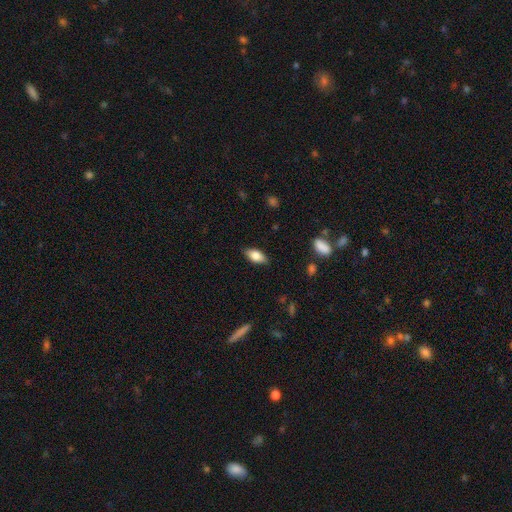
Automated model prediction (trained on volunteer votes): Q: Smooth or featured?
A: smooth (78%); runner-up: featured or disk (15%)
Q: How rounded?
A: in between (88%); runner-up: cigar-shaped (8%)
Q: Merging?
A: none (85%); runner-up: minor disturbance (12%)